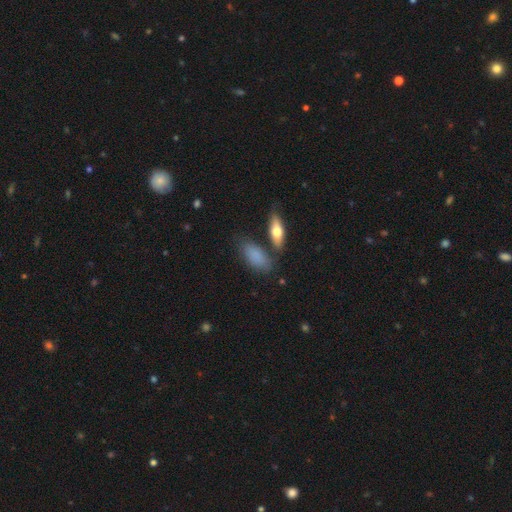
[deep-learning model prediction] The model was most divided on "merging": none: 64%, minor disturbance: 19%, merger: 11%, major disturbance: 5%. More confident: how rounded — in between (84%); smooth or featured — smooth (81%).